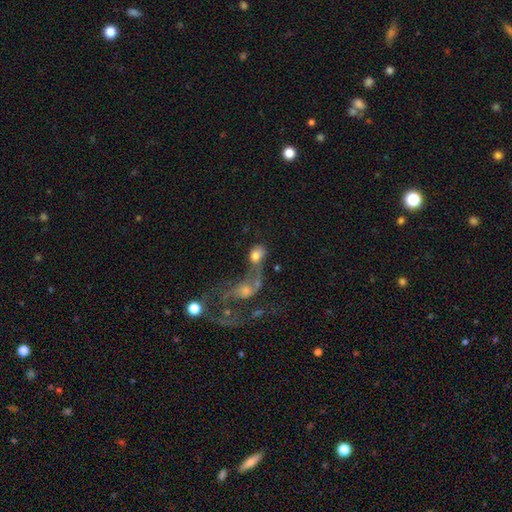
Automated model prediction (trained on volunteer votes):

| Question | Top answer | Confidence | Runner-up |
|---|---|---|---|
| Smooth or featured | smooth | 64% | featured or disk (24%) |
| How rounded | in between | 60% | round (37%) |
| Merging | merger | 64% | major disturbance (15%) |